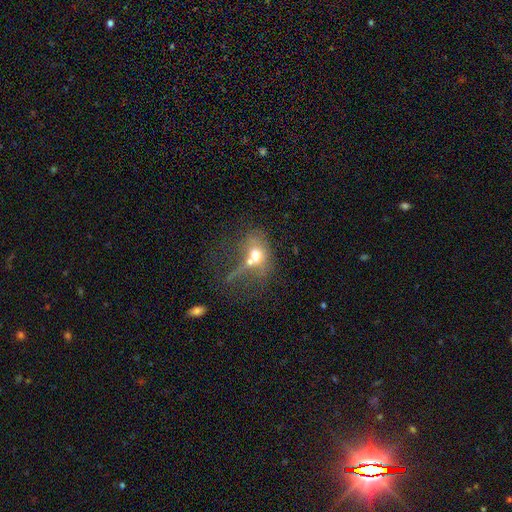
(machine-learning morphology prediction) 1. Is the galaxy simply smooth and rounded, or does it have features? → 56% smooth, 32% featured or disk, 12% star or artifact.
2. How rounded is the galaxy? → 64% in between, 33% round, 3% cigar-shaped.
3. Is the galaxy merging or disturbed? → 49% merger, 20% major disturbance, 20% none, 11% minor disturbance.